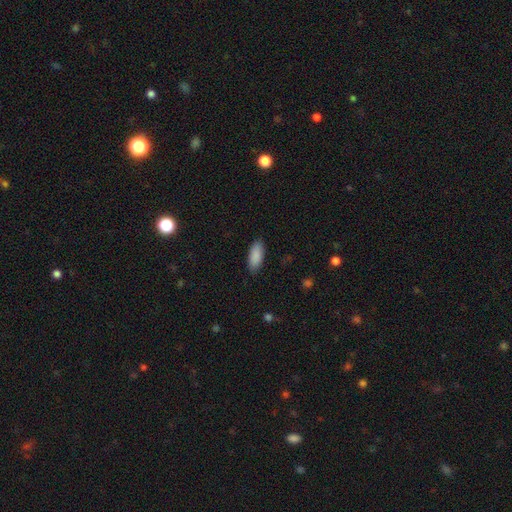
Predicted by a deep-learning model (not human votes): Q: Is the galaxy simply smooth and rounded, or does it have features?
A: smooth — 90%.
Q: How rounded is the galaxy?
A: in between — 85%.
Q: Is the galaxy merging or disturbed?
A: none — 87%.